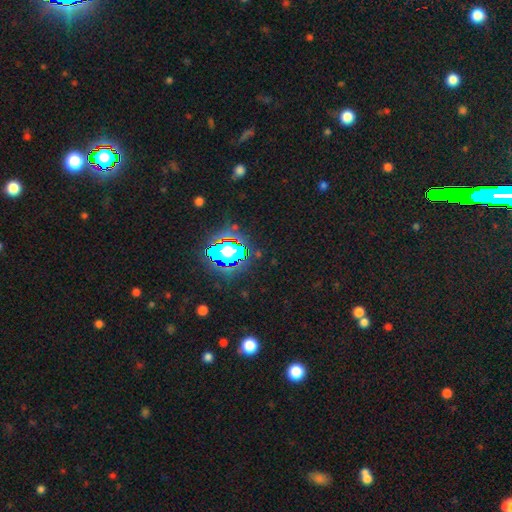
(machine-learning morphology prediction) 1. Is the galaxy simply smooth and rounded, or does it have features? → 82% star or artifact, 11% smooth, 7% featured or disk.